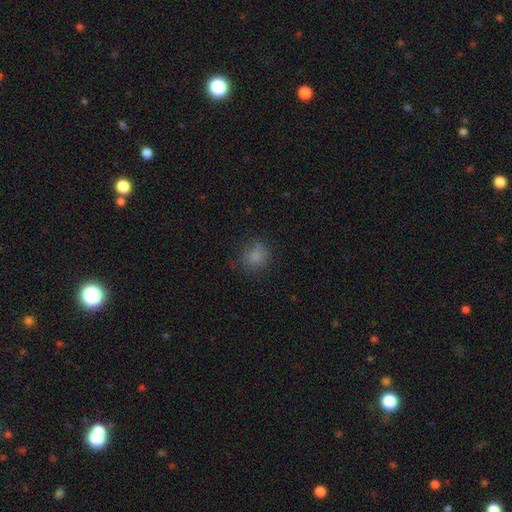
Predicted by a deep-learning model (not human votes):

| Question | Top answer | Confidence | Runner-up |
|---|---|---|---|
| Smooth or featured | smooth | 78% | star or artifact (14%) |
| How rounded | round | 73% | in between (25%) |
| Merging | none | 71% | minor disturbance (18%) |